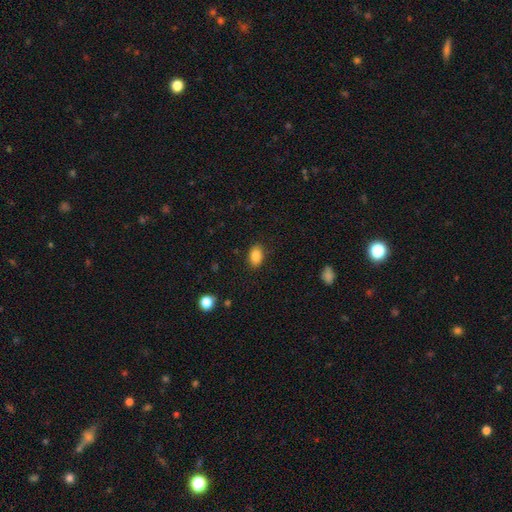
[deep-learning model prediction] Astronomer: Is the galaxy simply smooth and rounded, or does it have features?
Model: smooth — 86%.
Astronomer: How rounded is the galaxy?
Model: in between — 83%.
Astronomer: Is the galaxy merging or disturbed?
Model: none — 87%.